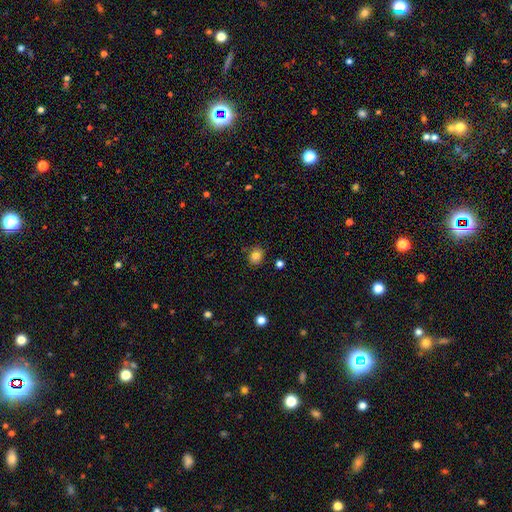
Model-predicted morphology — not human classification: Smooth or featured? smooth (78%)
How rounded? round (62%)
Merging? none (81%)